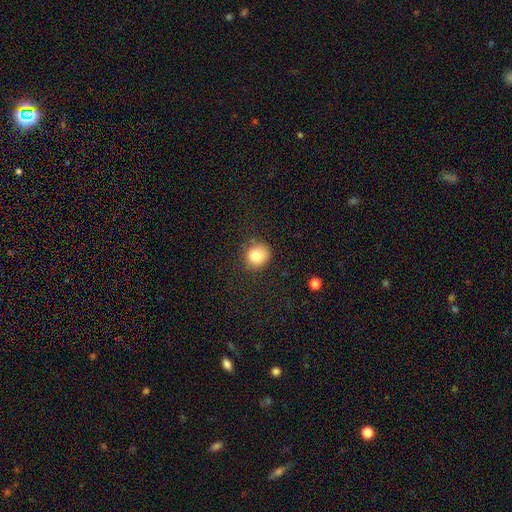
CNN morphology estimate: Q: Smooth or featured?
A: smooth (81%); runner-up: star or artifact (11%)
Q: How rounded?
A: round (84%); runner-up: in between (15%)
Q: Merging?
A: none (76%); runner-up: minor disturbance (17%)